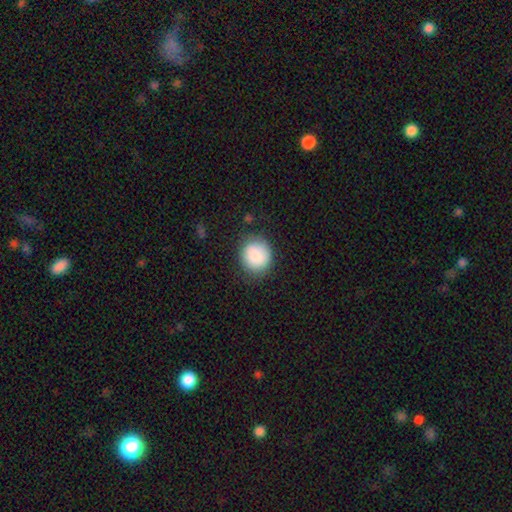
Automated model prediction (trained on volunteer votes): smooth-or-featured: smooth: 87% | star or artifact: 7% | featured or disk: 6%
  how-rounded: round: 85% | in between: 14% | cigar-shaped: 1%
  merging: none: 80% | minor disturbance: 14% | major disturbance: 5% | merger: 1%